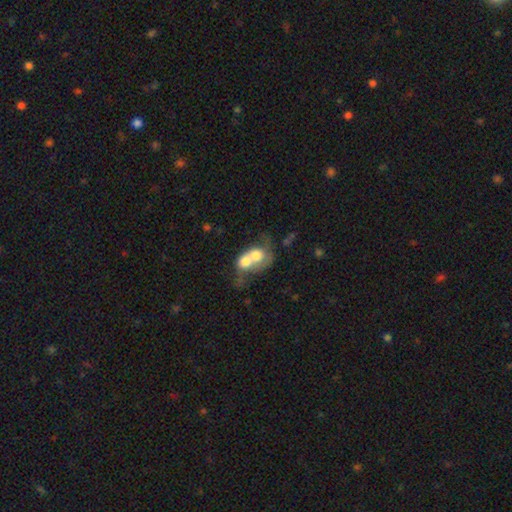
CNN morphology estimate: A smooth galaxy with no disk features (59%) that is round (54%).

Vote fractions:
- Smooth or featured? smooth: 59% / featured or disk: 34% / star or artifact: 8%
- How rounded? round: 54% / in between: 45% / cigar-shaped: 1%
- Merging? merger: 83% / none: 7% / major disturbance: 7% / minor disturbance: 4%